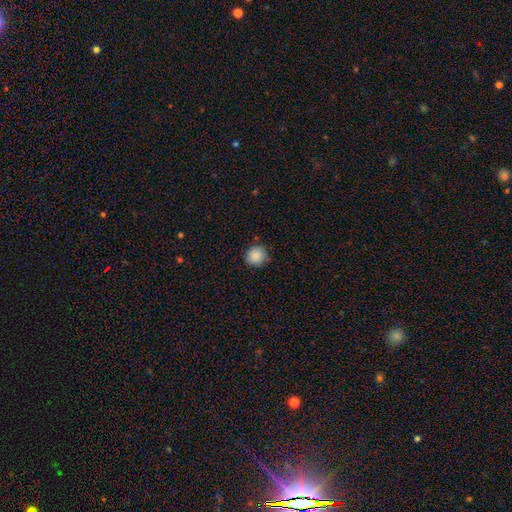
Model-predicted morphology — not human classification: This is clearly a smooth galaxy (88%). How rounded: clearly round (93%). Merging: clearly none (84%).